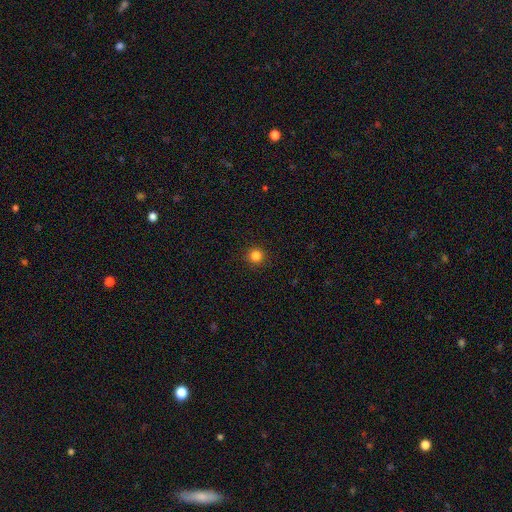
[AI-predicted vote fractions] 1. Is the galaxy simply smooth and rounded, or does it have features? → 83% smooth, 13% star or artifact, 4% featured or disk.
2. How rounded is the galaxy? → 95% round, 4% in between, 1% cigar-shaped.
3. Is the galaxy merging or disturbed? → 92% none, 5% minor disturbance, 2% major disturbance, 1% merger.